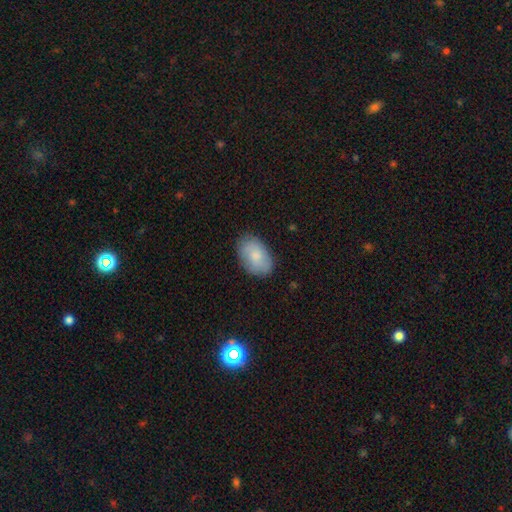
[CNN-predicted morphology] smooth_or_featured: smooth (p=0.79) [alt: featured or disk p=0.15]
how_rounded: in between (p=0.91) [alt: round p=0.08]
merging: none (p=0.82) [alt: minor disturbance p=0.14]